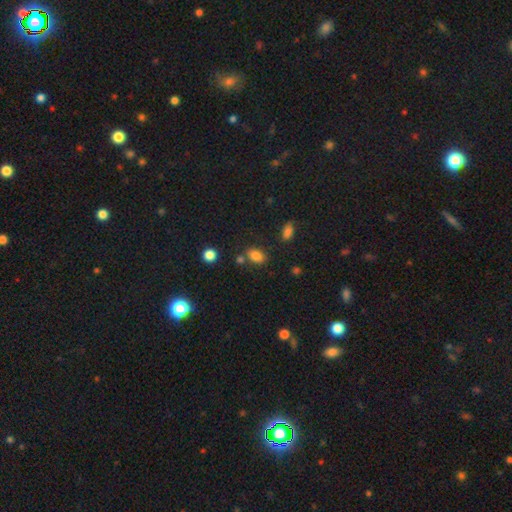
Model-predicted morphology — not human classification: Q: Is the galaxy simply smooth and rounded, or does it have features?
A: smooth — 81%.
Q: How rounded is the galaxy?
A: in between — 79%.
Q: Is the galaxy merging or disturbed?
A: none — 70%.